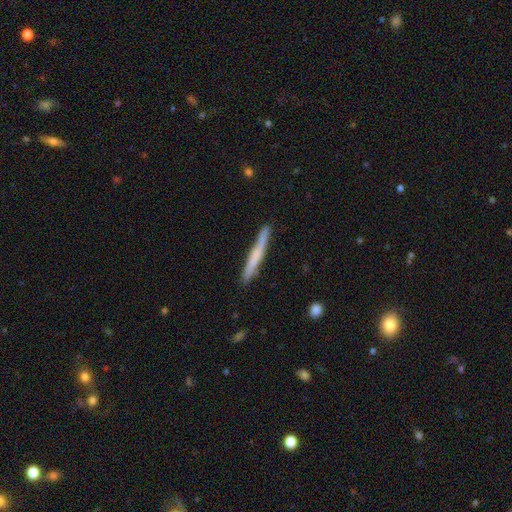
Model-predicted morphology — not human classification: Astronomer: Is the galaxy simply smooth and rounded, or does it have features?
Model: smooth — 51% (runner-up: featured or disk, 43%).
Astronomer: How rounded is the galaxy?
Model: cigar-shaped — 96%.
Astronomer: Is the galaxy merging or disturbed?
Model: none — 86%.